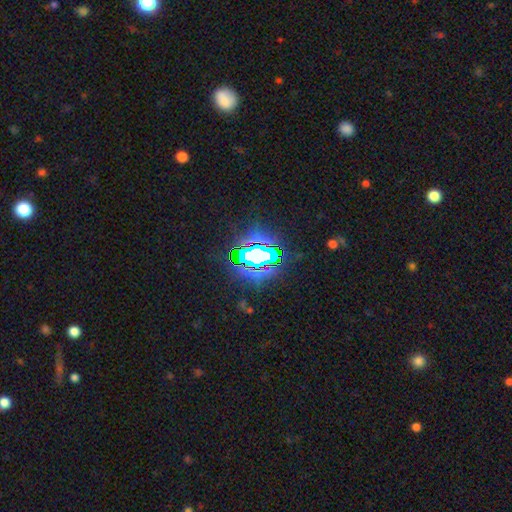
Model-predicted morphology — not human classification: smooth_or_featured: star or artifact (p=0.72) [alt: smooth p=0.14]